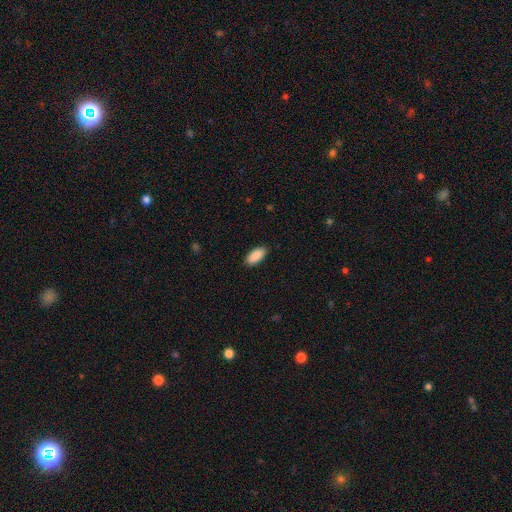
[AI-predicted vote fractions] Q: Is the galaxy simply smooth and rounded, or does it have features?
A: smooth — 91%.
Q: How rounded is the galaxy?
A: in between — 93%.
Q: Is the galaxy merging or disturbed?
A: none — 88%.